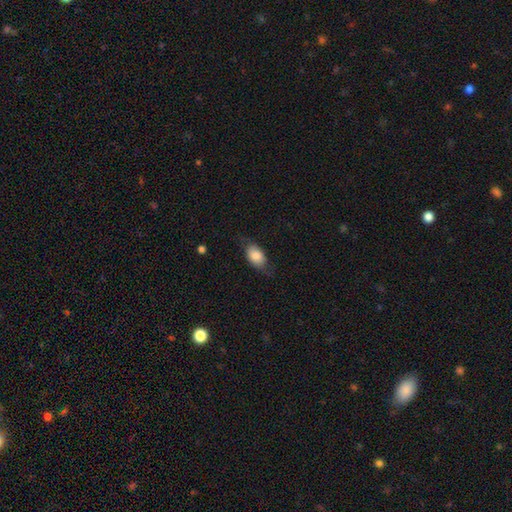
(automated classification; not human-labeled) Smooth or featured? smooth (75%)
How rounded? in between (88%)
Merging? none (63%)